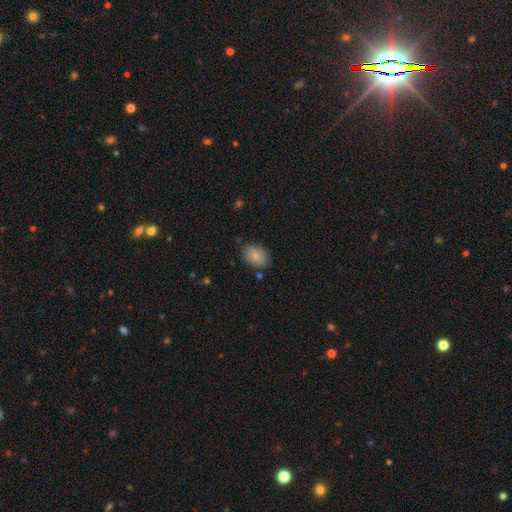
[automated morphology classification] This appears to be a smooth galaxy with no disk features (83%) that is in between round and cigar-shaped (79%). Merging: none (82%).